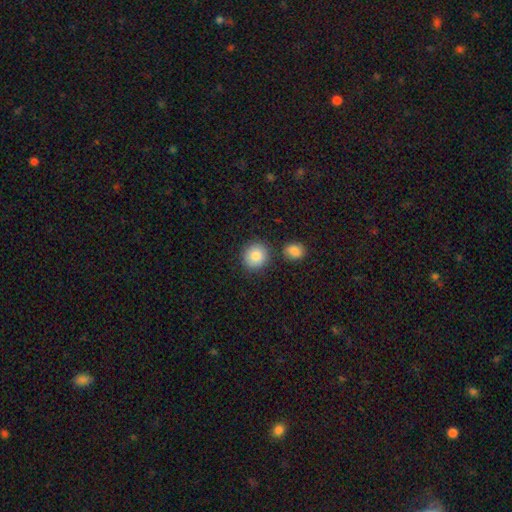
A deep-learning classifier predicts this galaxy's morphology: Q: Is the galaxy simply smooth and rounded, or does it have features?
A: smooth — 84%.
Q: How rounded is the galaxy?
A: round — 86%.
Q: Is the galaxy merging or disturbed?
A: none — 81%.